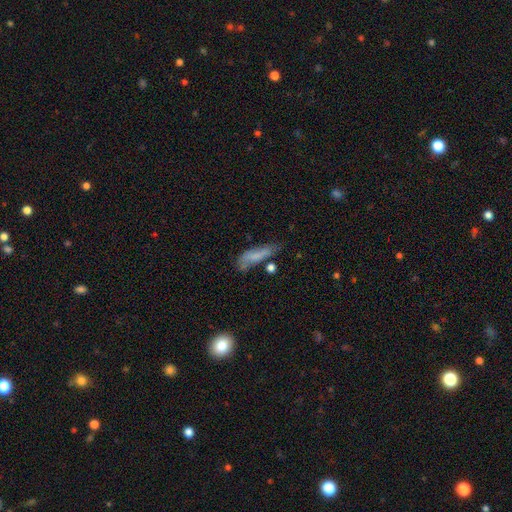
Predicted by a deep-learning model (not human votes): Q: Smooth or featured?
A: smooth (67%); runner-up: featured or disk (24%)
Q: How rounded?
A: cigar-shaped (58%); runner-up: in between (39%)
Q: Merging?
A: none (42%); runner-up: minor disturbance (31%)